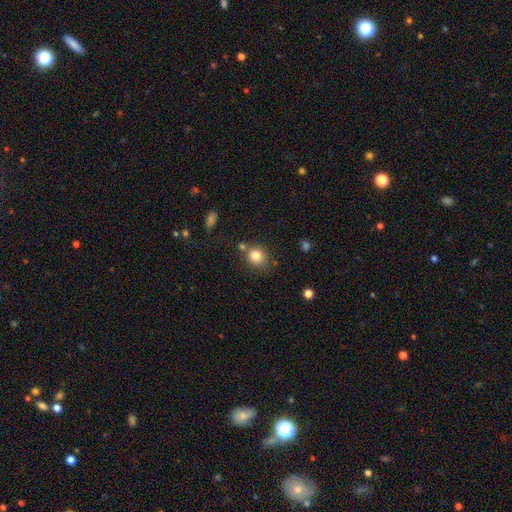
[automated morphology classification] smooth 82%, star or artifact 11%, featured or disk 7%. Down the decision tree: how rounded — round (79%); merging — none (69%).